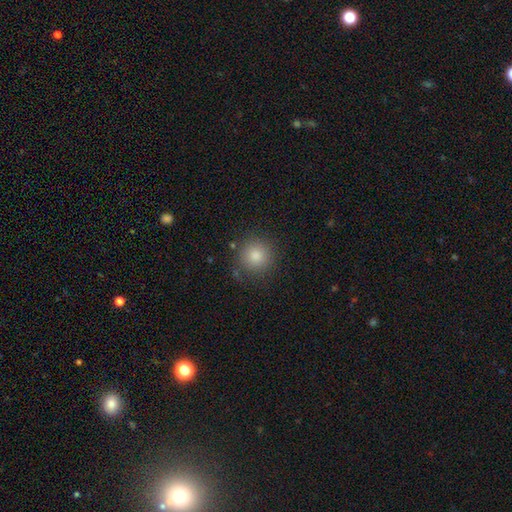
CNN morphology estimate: This is clearly a smooth galaxy (84%). How rounded: clearly round (94%). Merging: clearly none (83%).